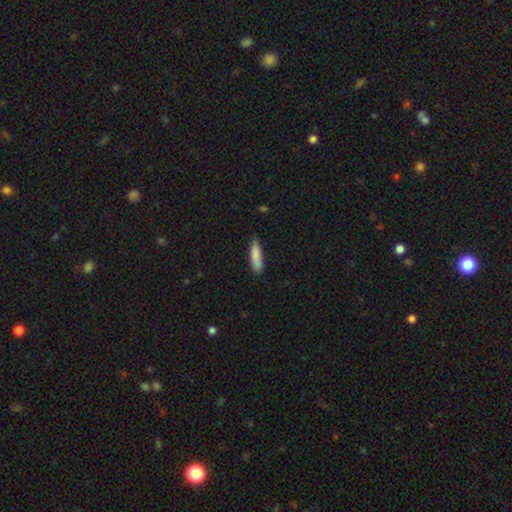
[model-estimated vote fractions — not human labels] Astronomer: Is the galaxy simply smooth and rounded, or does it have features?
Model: smooth — 84%.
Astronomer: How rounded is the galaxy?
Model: cigar-shaped — 68%.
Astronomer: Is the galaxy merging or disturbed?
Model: none — 74%.